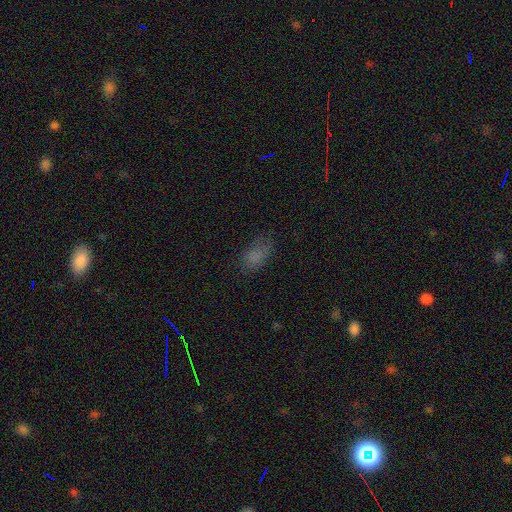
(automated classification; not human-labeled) smooth-or-featured: smooth: 75% | star or artifact: 15% | featured or disk: 10%
  how-rounded: in between: 88% | round: 7% | cigar-shaped: 4%
  merging: none: 61% | minor disturbance: 26% | major disturbance: 12% | merger: 2%